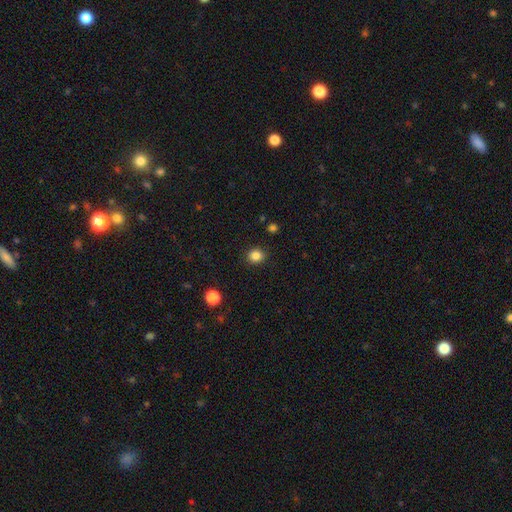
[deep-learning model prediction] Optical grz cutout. It shows a smooth galaxy with no disk features (85%) that is round (81%). Merging: none (90%).